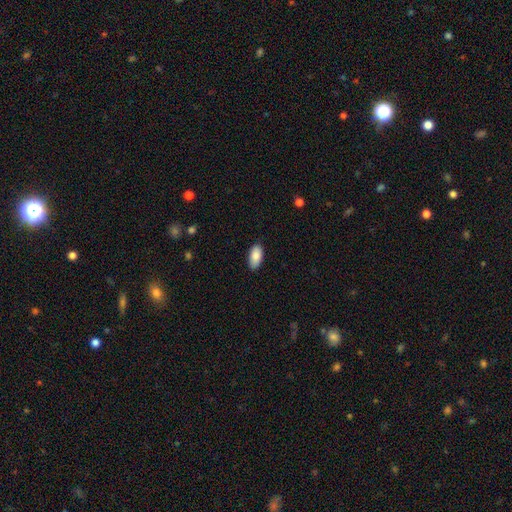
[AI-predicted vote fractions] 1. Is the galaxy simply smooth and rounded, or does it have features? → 87% smooth, 7% featured or disk, 7% star or artifact.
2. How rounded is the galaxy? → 94% in between, 4% cigar-shaped, 2% round.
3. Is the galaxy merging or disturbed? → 86% none, 11% minor disturbance, 2% major disturbance, 1% merger.